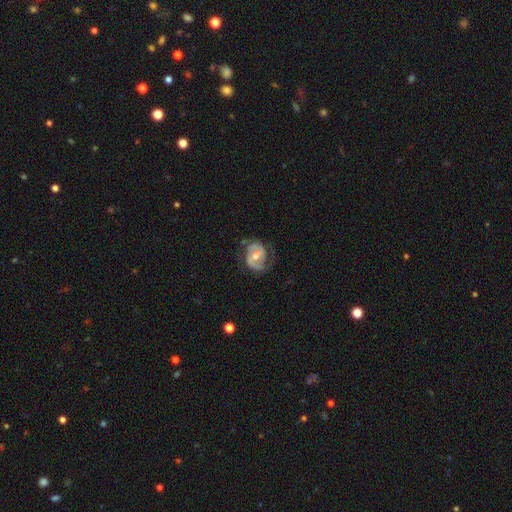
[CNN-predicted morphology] Smooth or featured?
  - featured or disk: 80% *
  - smooth: 14%
  - star or artifact: 6%
Edge-on disk?
  - no: 97% *
  - yes: 3%
Bar?
  - weak: 44% *
  - no: 32%
  - strong: 23%
Spiral arms?
  - yes: 88% *
  - no: 12%
Spiral winding?
  - medium: 43% *
  - tight: 42%
  - loose: 16%
Spiral arm count?
  - 2: 79% *
  - can't tell: 10%
  - 1: 6%
  - 3: 2%
  - 4: 1%
  - more than 4: 1%
Bulge size?
  - moderate: 65% *
  - small: 29%
  - large: 4%
  - none: 1%
  - dominant: 1%
Merging?
  - none: 66% *
  - minor disturbance: 20%
  - major disturbance: 12%
  - merger: 1%